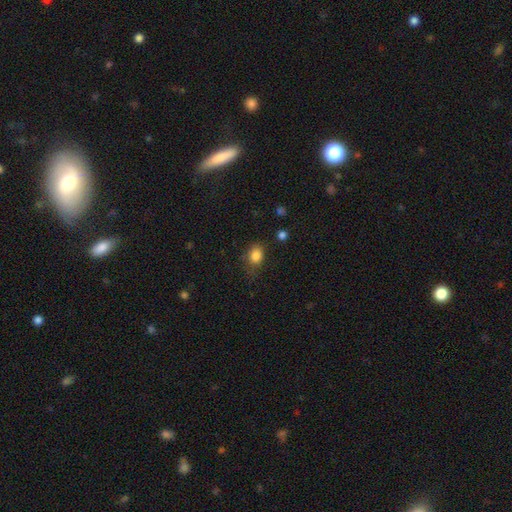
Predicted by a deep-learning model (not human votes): smooth_or_featured: smooth (p=0.84) [alt: star or artifact p=0.10]
how_rounded: in between (p=0.60) [alt: round p=0.39]
merging: none (p=0.69) [alt: minor disturbance p=0.22]